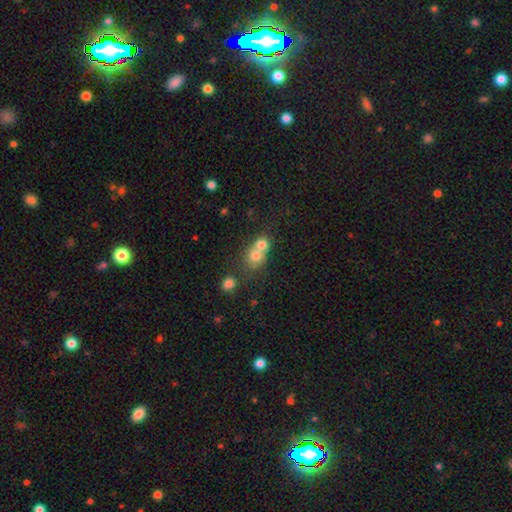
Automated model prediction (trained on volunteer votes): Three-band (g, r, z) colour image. It shows a smooth galaxy with no disk features (72%) that is round (74%). Merging: merger (65%).